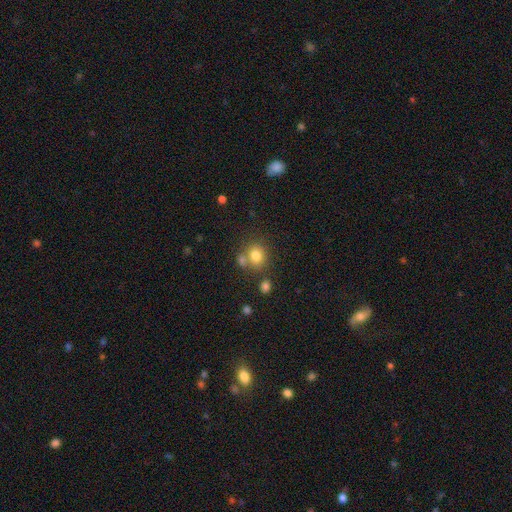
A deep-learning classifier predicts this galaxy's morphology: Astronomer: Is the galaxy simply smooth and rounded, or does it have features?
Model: smooth — 79%.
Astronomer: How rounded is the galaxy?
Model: round — 78%.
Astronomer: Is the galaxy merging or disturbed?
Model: none — 63%.